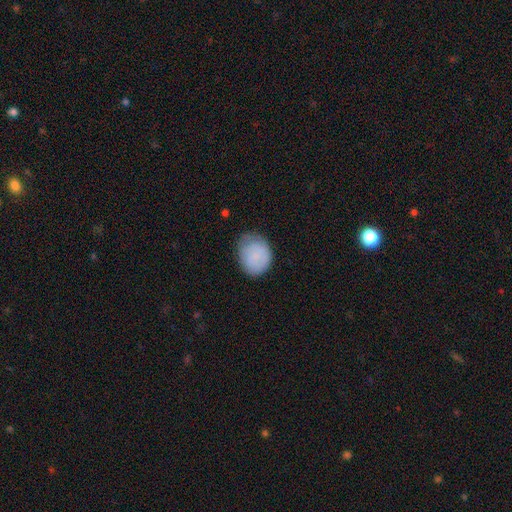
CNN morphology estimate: Overall: smooth (81%). How rounded: in between (50%; round 49%). Merging: none (56%; minor disturbance 34%).